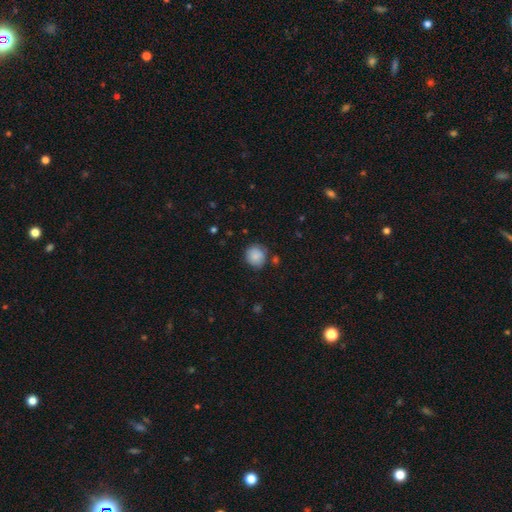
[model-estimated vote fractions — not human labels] smooth-or-featured: smooth: 86% | star or artifact: 8% | featured or disk: 6%
  how-rounded: round: 86% | in between: 13% | cigar-shaped: 1%
  merging: none: 77% | minor disturbance: 16% | major disturbance: 4% | merger: 4%